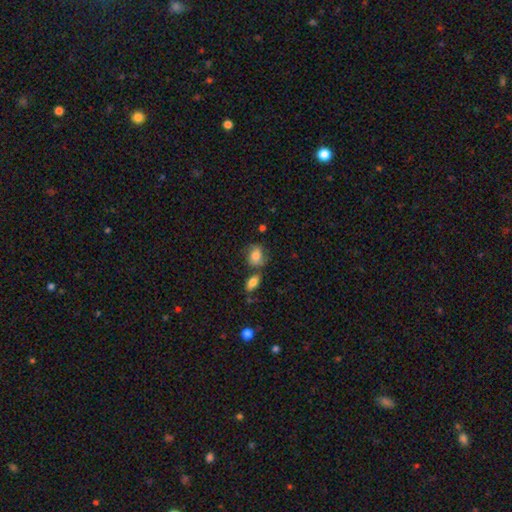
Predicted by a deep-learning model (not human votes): Smooth or featured: smooth — 73% (featured or disk — 18%)
How rounded: in between — 57% (round — 42%)
Merging: none — 55% (minor disturbance — 21%)